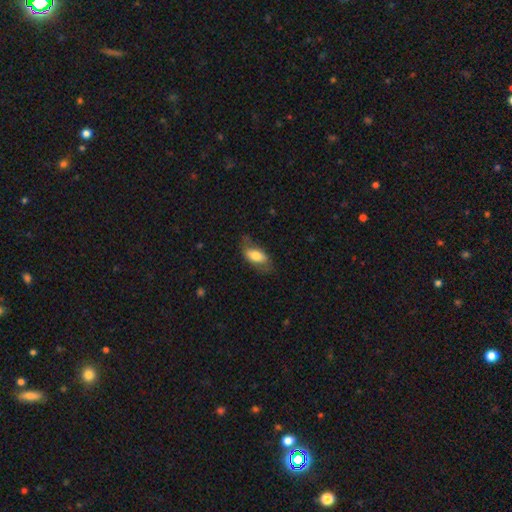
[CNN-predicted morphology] Smooth or featured? smooth (70%)
How rounded? in between (87%)
Merging? none (64%)